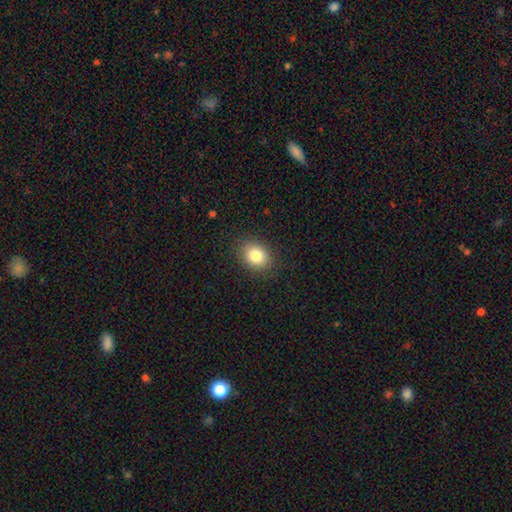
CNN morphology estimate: This appears to be a smooth galaxy with no disk features (82%) that is in between round and cigar-shaped (56%). Merging: none (87%).